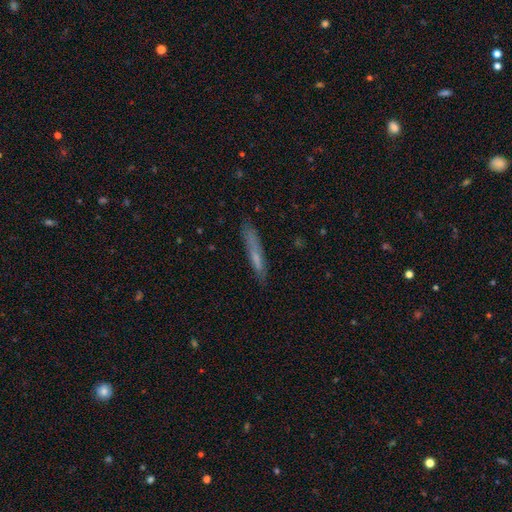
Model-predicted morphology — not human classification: A smooth galaxy with no disk features (59%) that is cigar-shaped (93%).

Vote fractions:
- Smooth or featured? smooth: 59% / featured or disk: 33% / star or artifact: 8%
- How rounded? cigar-shaped: 93% / in between: 5% / round: 2%
- Merging? none: 81% / minor disturbance: 14% / major disturbance: 3% / merger: 2%